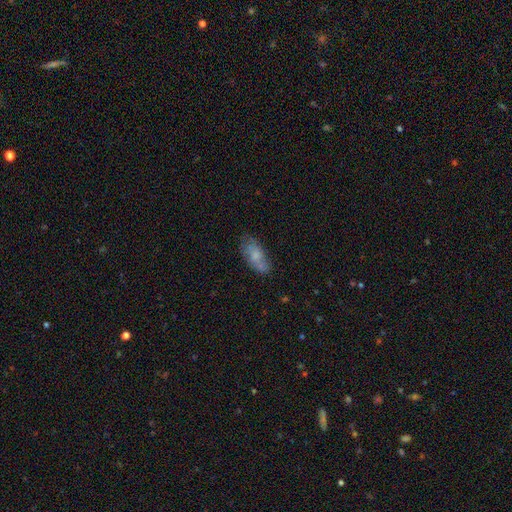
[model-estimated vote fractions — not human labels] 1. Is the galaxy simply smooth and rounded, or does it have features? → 64% smooth, 28% featured or disk, 8% star or artifact.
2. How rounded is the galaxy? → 85% in between, 12% cigar-shaped, 3% round.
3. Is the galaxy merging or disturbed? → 64% none, 24% minor disturbance, 8% major disturbance, 4% merger.